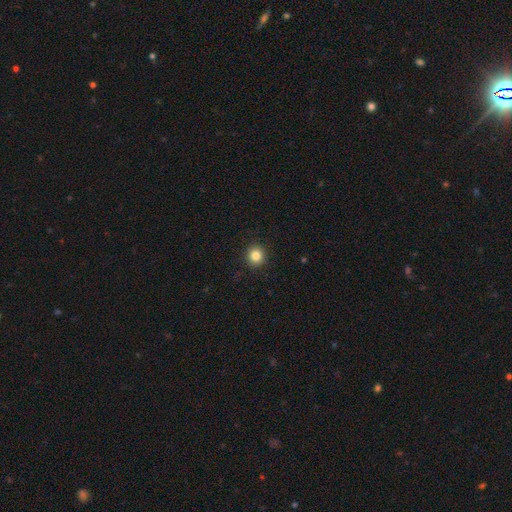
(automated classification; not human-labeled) smooth_or_featured: smooth (p=0.84) [alt: star or artifact p=0.11]
how_rounded: round (p=0.93) [alt: in between p=0.06]
merging: none (p=0.92) [alt: minor disturbance p=0.05]